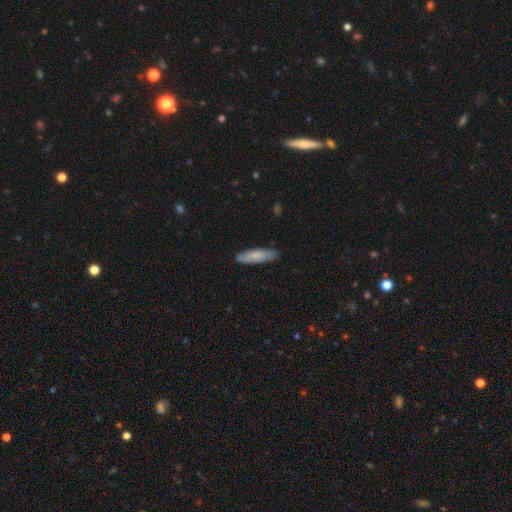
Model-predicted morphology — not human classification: This is likely a smooth galaxy (70%). How rounded: likely cigar-shaped (61%). Merging: clearly none (84%).